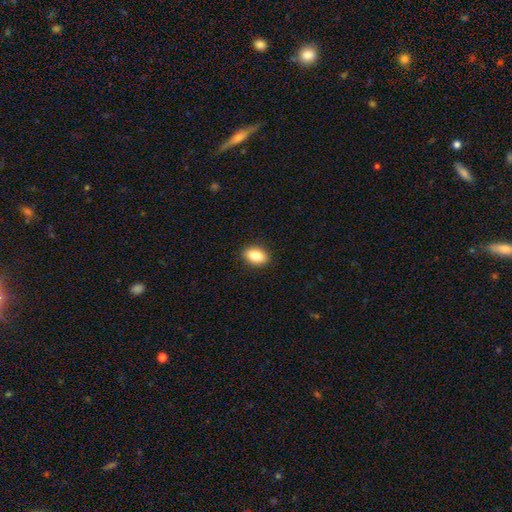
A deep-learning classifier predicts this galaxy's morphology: This is clearly a smooth galaxy (87%). How rounded: clearly in between (88%). Merging: clearly none (90%).